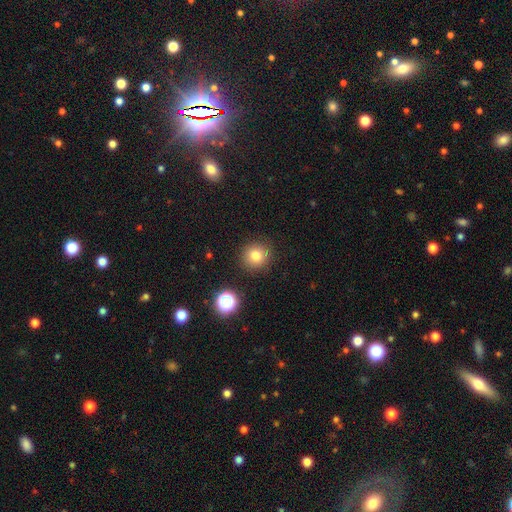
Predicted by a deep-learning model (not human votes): The model was most divided on "smooth or featured": smooth: 79%, star or artifact: 13%, featured or disk: 8%. More confident: how rounded — round (91%); merging — none (88%).